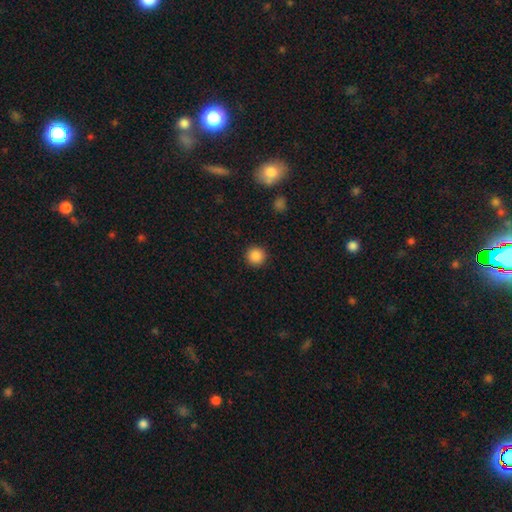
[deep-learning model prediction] smooth_or_featured: smooth (p=0.86) [alt: star or artifact p=0.10]
how_rounded: round (p=0.95) [alt: in between p=0.04]
merging: none (p=0.92) [alt: minor disturbance p=0.05]